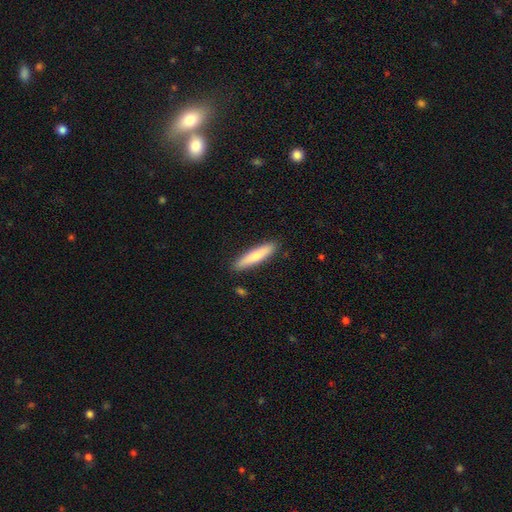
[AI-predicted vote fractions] Morphology: type=smooth (73%); roundness=cigar-shaped (86%); merging=none (89%).